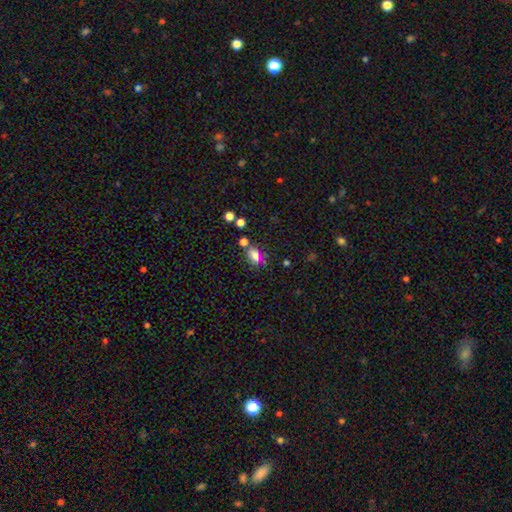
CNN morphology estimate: smooth-or-featured: smooth: 71% | star or artifact: 21% | featured or disk: 8%
  how-rounded: in between: 70% | round: 27% | cigar-shaped: 3%
  merging: none: 66% | minor disturbance: 15% | merger: 14% | major disturbance: 6%